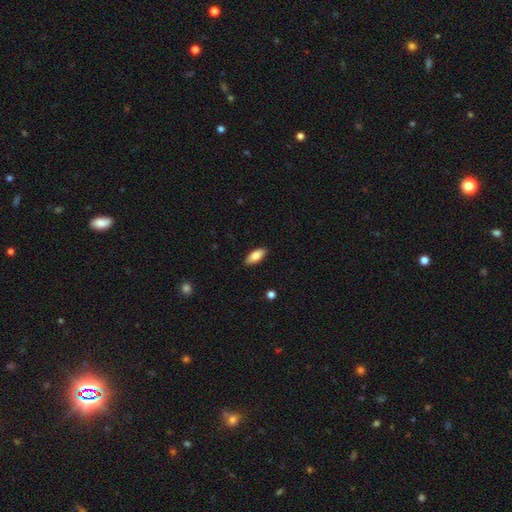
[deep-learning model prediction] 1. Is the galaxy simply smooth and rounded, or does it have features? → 84% smooth, 10% featured or disk, 6% star or artifact.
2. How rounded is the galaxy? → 85% in between, 12% cigar-shaped, 2% round.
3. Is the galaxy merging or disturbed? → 89% none, 8% minor disturbance, 2% major disturbance, 1% merger.